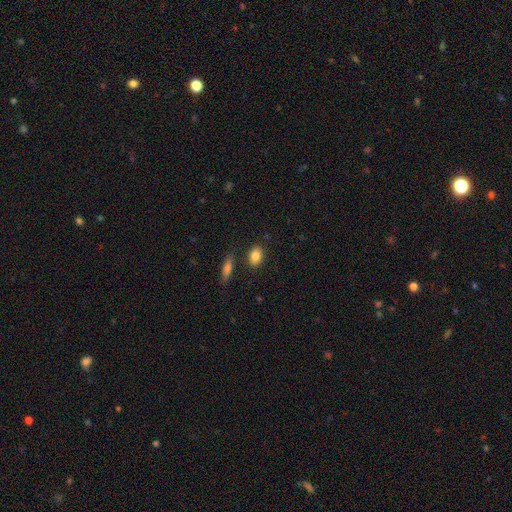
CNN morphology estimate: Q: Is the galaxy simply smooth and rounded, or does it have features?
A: smooth — 84%.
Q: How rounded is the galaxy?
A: in between — 72%.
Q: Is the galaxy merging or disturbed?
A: none — 82%.